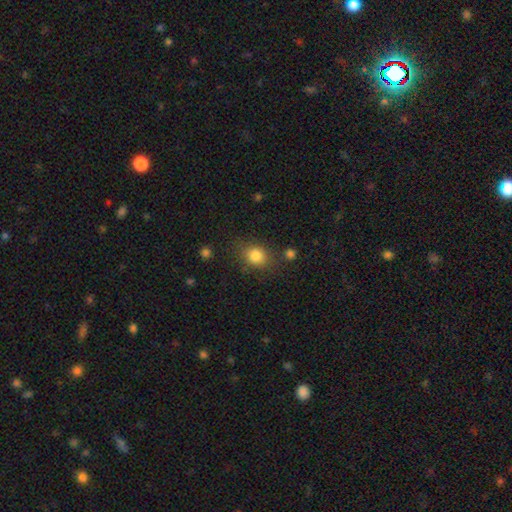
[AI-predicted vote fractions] A smooth galaxy with no disk features (84%) that is round (64%).

Vote fractions:
- Smooth or featured? smooth: 84% / star or artifact: 10% / featured or disk: 6%
- How rounded? round: 64% / in between: 35% / cigar-shaped: 1%
- Merging? none: 74% / minor disturbance: 15% / major disturbance: 6% / merger: 5%